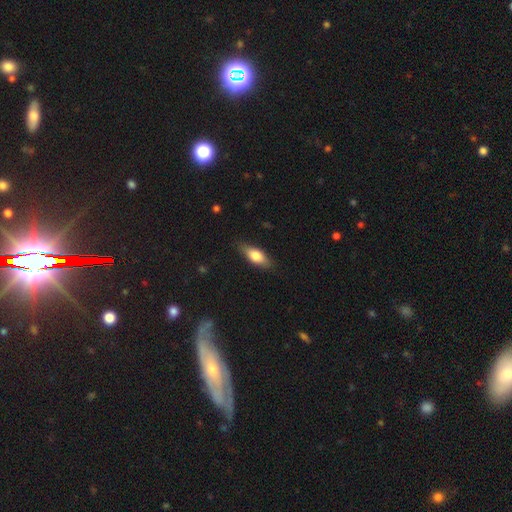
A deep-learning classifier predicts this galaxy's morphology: Smooth or featured: smooth — 71% (featured or disk — 23%)
How rounded: in between — 72% (cigar-shaped — 25%)
Merging: none — 82% (minor disturbance — 14%)